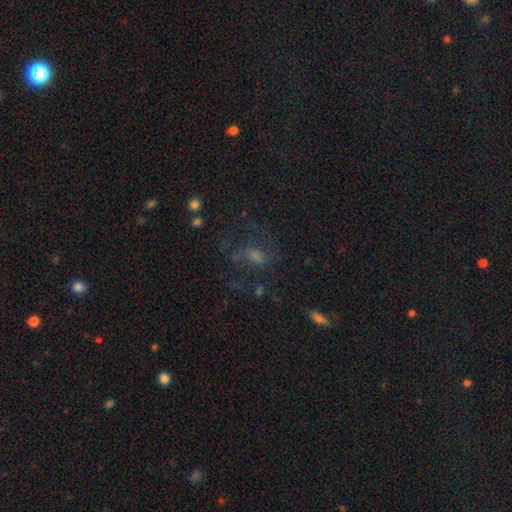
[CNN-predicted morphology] A smooth galaxy with no disk features (44%). Merging: none (46%).